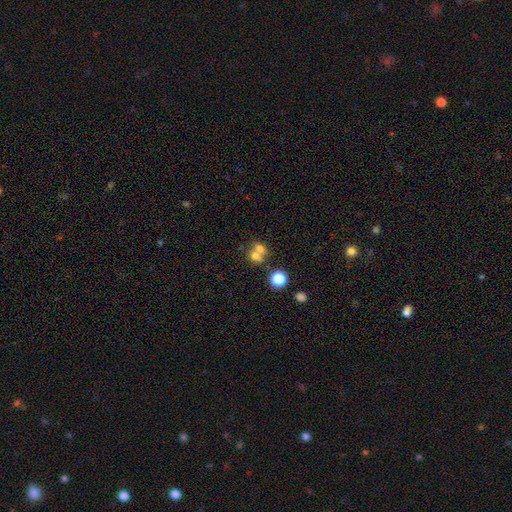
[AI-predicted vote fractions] This is likely a smooth galaxy (67%). How rounded: likely round (64%). Merging: likely merger (60%).